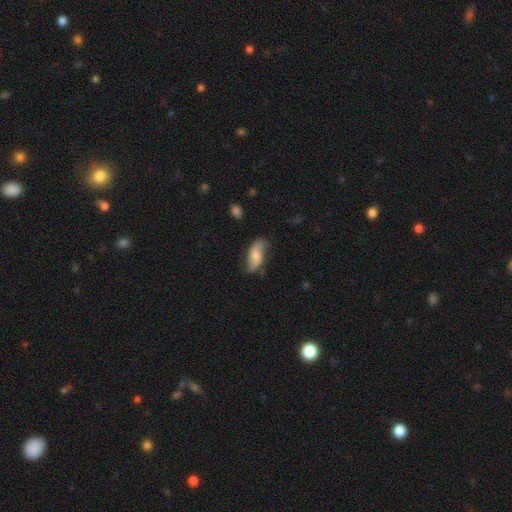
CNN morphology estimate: Overall: smooth (49%; featured or disk 44%). Merging: none (65%; minor disturbance 26%).